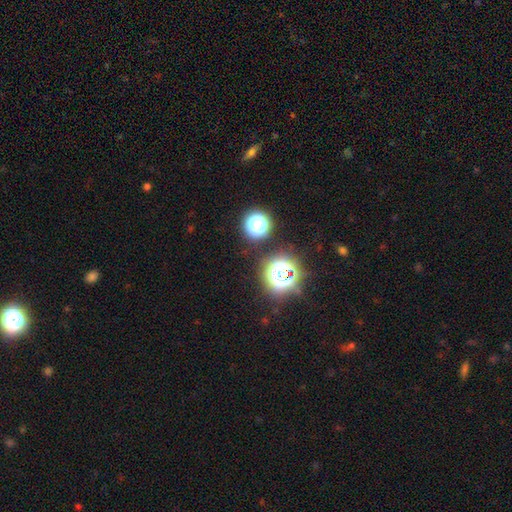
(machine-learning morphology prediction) A star or artifact, not a galaxy (72%).